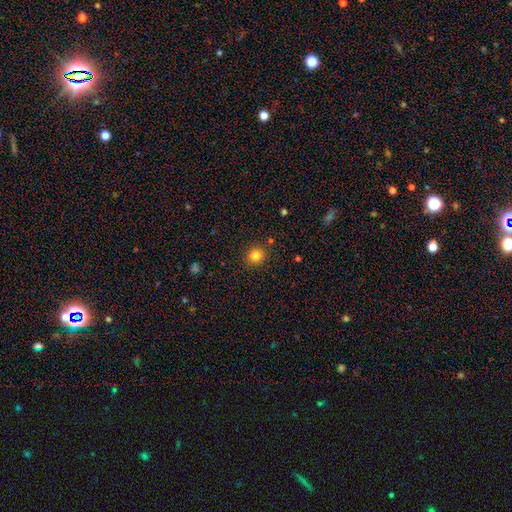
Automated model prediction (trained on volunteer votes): Smooth or featured? Predicted: smooth (p=0.82). How rounded? Predicted: round (p=0.85). Merging? Predicted: none (p=0.88).